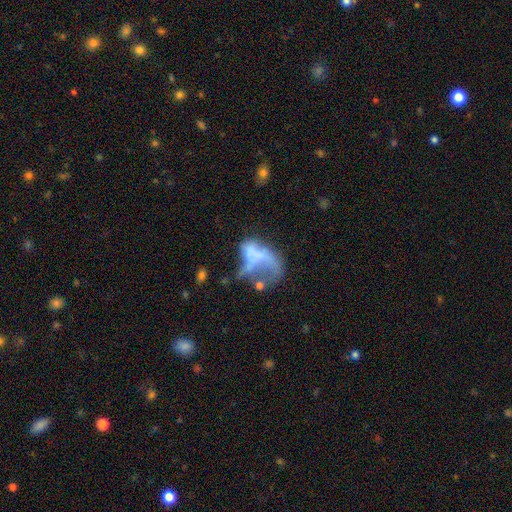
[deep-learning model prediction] Q: Smooth or featured?
A: featured or disk (47%); runner-up: smooth (39%)
Q: Merging?
A: major disturbance (47%); runner-up: merger (23%)